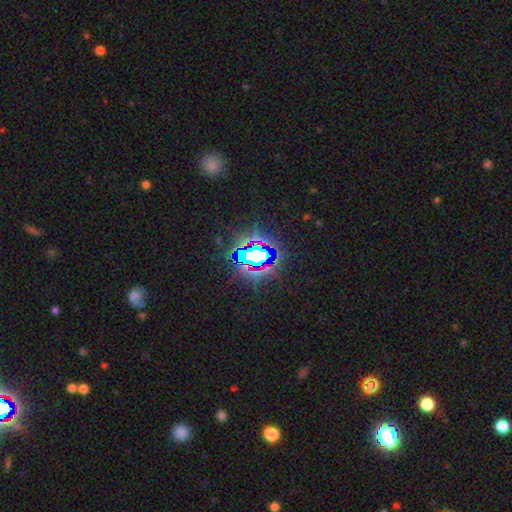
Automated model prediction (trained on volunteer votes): Q: Smooth or featured?
A: star or artifact (71%); runner-up: smooth (16%)